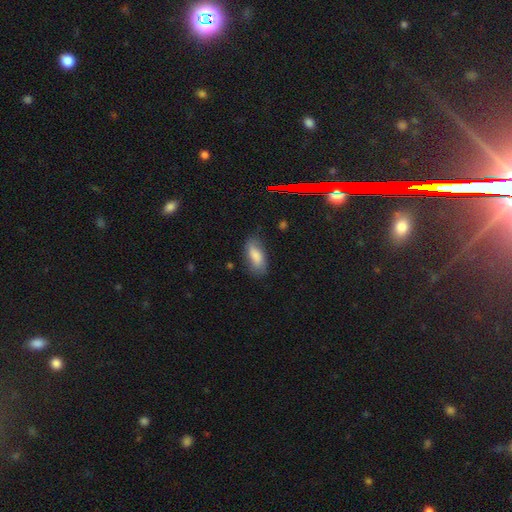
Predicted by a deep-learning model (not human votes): Smooth or featured? smooth (80%)
How rounded? in between (83%)
Merging? none (73%)